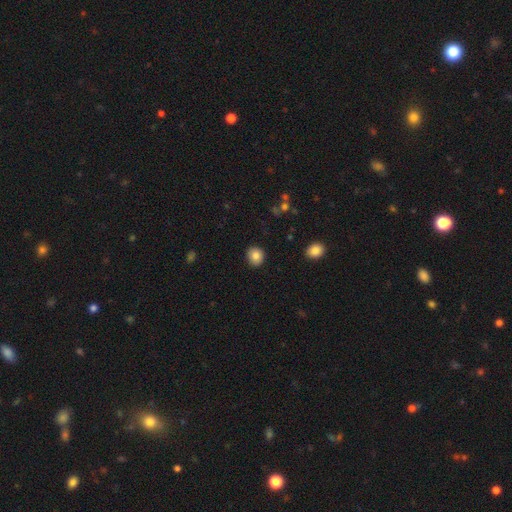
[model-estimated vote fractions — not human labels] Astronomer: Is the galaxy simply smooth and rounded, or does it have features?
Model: smooth — 84%.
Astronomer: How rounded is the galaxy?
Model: round — 83%.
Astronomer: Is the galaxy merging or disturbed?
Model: none — 90%.